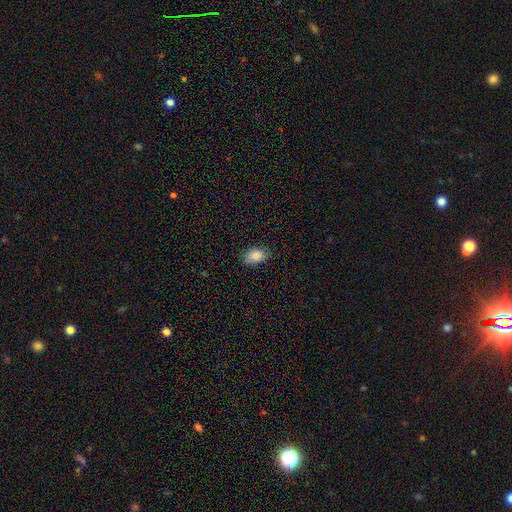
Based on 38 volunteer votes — Volunteers were most divided on "merging": none: 92%, minor disturbance: 8%, major disturbance: 0%, merger: 0%. More confident: how rounded — in between (94%); smooth or featured — smooth (89%).